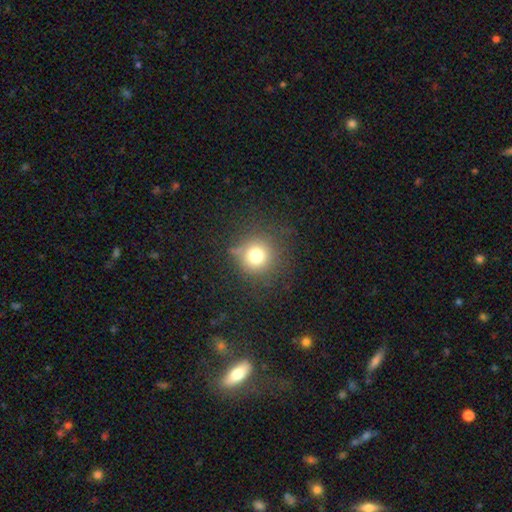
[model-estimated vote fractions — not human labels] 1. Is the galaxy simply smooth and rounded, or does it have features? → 74% smooth, 16% star or artifact, 9% featured or disk.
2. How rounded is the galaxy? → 93% round, 6% in between, 1% cigar-shaped.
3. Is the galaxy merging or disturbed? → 81% none, 12% minor disturbance, 6% major disturbance, 2% merger.